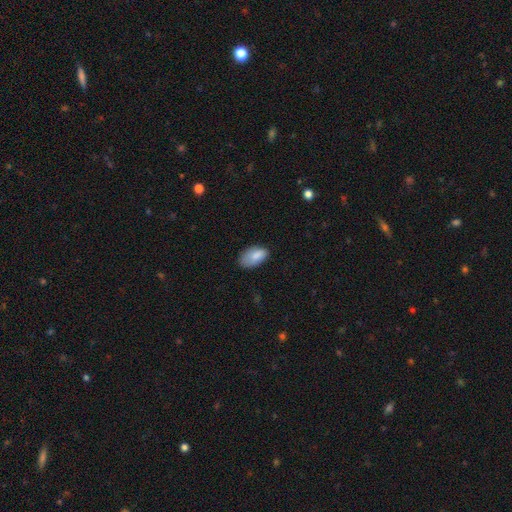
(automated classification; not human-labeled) Smooth or featured? Predicted: smooth (p=0.85). How rounded? Predicted: in between (p=0.94). Merging? Predicted: none (p=0.66).